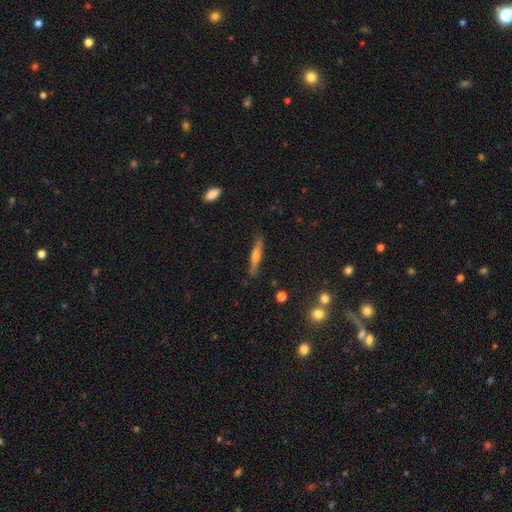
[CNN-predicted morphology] The model was most divided on "smooth or featured": smooth: 47%, featured or disk: 46%, star or artifact: 7%. More confident: merging — none (87%).